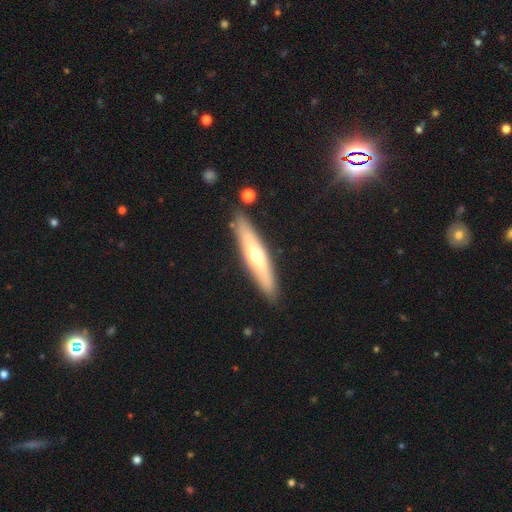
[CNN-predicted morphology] A featured or disk galaxy (52%) viewed edge-on (84%).

Vote fractions:
- Smooth or featured? featured or disk: 52% / smooth: 42% / star or artifact: 5%
- Edge-on disk? yes: 84% / no: 16%
- Merging? none: 87% / minor disturbance: 9% / merger: 2% / major disturbance: 2%